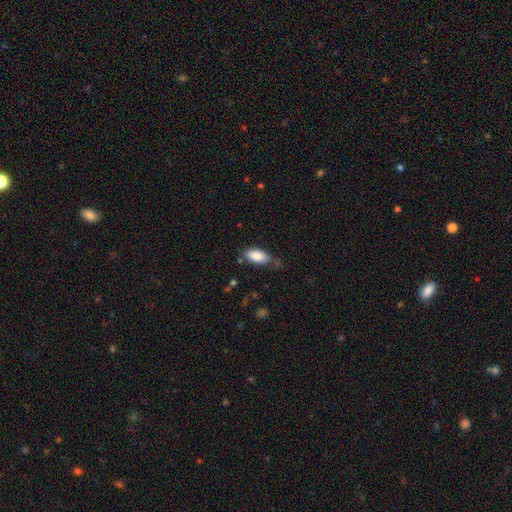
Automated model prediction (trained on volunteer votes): Smooth or featured? smooth (86%)
How rounded? in between (89%)
Merging? none (60%)